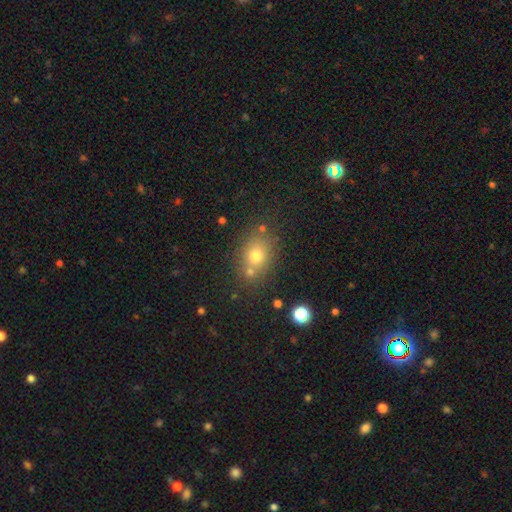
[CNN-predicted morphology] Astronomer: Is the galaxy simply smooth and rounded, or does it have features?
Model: smooth — 71%.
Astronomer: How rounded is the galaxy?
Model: in between — 53% (runner-up: round, 45%).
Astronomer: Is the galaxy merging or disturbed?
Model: none — 66%.